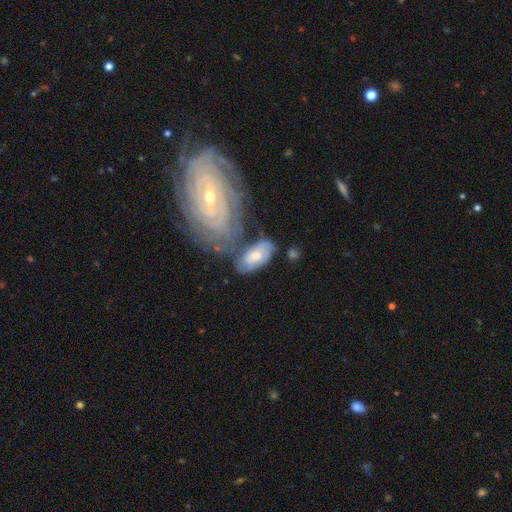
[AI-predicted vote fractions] smooth-or-featured: featured or disk: 54% | smooth: 40% | star or artifact: 6%
  disk-edge-on: no: 92% | yes: 8%
  merging: none: 44% | merger: 25% | minor disturbance: 20% | major disturbance: 10%